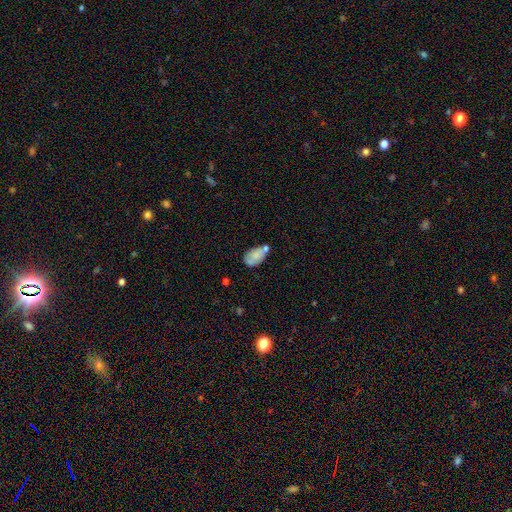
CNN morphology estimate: Q: Smooth or featured?
A: smooth (72%); runner-up: featured or disk (20%)
Q: How rounded?
A: in between (91%); runner-up: round (7%)
Q: Merging?
A: none (43%); runner-up: merger (25%)